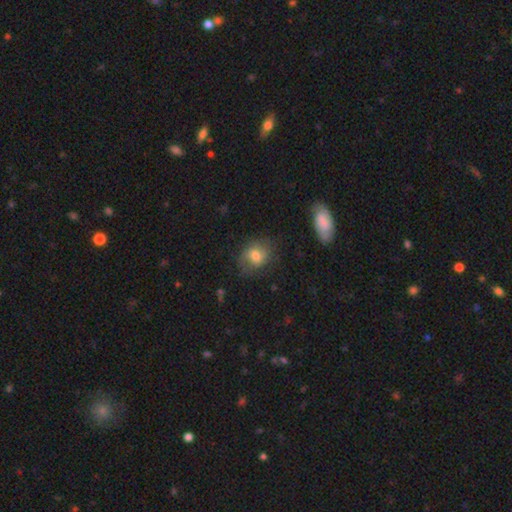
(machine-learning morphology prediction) smooth 65%, featured or disk 26%, star or artifact 9%. Down the decision tree: how rounded — round (53%); merging — none (65%).